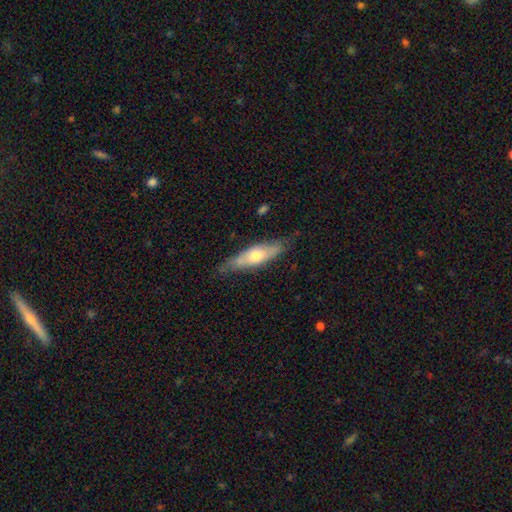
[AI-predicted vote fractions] This is possibly a featured or disk galaxy (49%). Merging: likely none (77%).